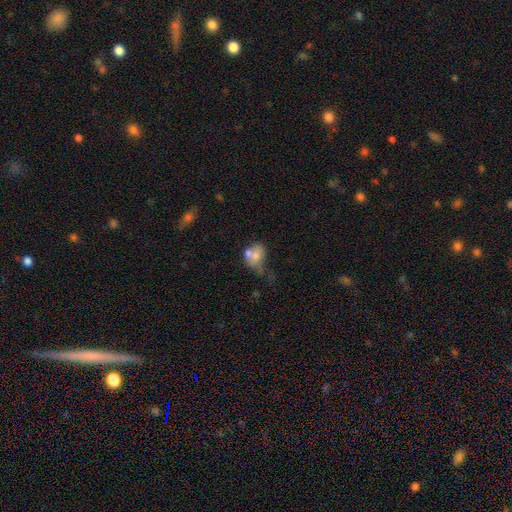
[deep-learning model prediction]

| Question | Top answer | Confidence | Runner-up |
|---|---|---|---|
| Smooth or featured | smooth | 64% | featured or disk (26%) |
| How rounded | in between | 59% | round (39%) |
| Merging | merger | 48% | none (20%) |